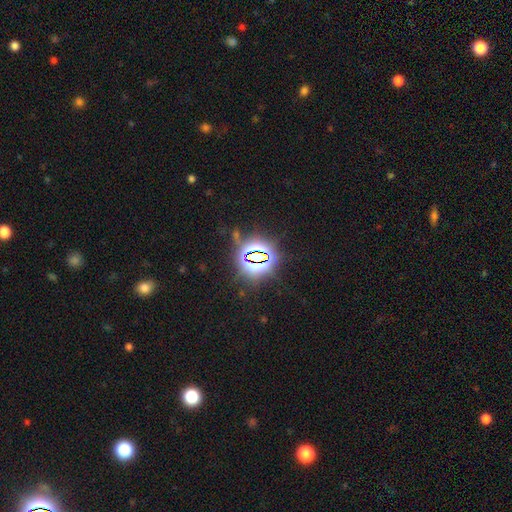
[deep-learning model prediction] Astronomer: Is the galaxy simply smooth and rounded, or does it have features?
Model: star or artifact — 82%.